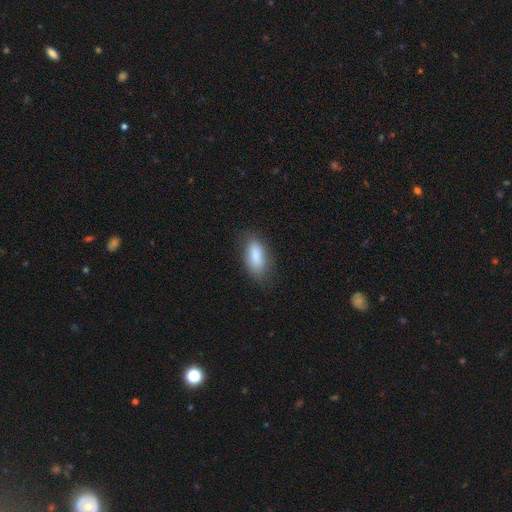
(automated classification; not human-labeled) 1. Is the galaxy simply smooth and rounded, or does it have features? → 85% smooth, 8% featured or disk, 7% star or artifact.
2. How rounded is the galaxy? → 84% in between, 13% cigar-shaped, 3% round.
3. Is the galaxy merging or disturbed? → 77% none, 17% minor disturbance, 5% major disturbance, 1% merger.